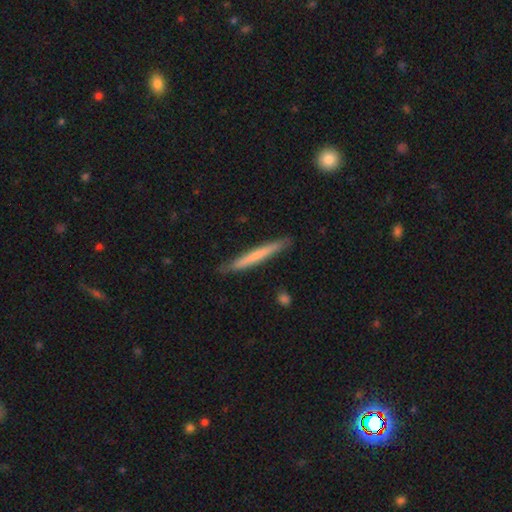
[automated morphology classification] A smooth galaxy with no disk features (62%) that is cigar-shaped (97%). Merging: none (87%).